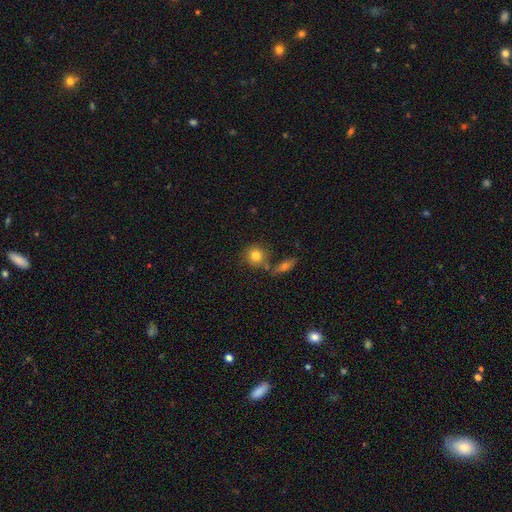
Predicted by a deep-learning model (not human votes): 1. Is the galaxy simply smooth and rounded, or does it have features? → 81% smooth, 10% featured or disk, 9% star or artifact.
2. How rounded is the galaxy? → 86% round, 13% in between, 1% cigar-shaped.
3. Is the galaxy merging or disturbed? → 66% none, 17% merger, 13% minor disturbance, 4% major disturbance.